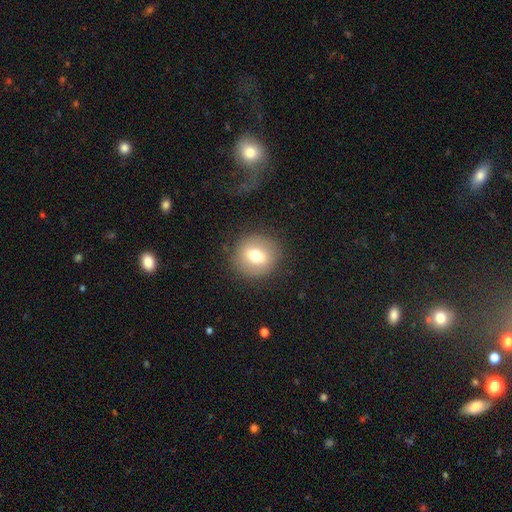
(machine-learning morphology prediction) This appears to be a smooth galaxy with no disk features (66%) that is round (83%). Merging: none (86%).